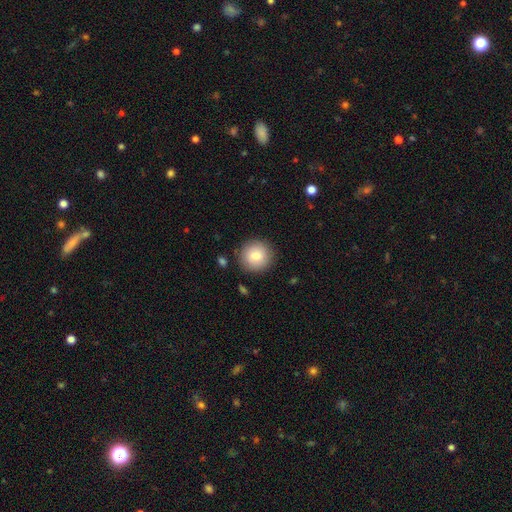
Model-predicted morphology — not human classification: Smooth or featured: smooth — 81% (featured or disk — 11%)
How rounded: round — 93% (in between — 6%)
Merging: none — 87% (minor disturbance — 8%)